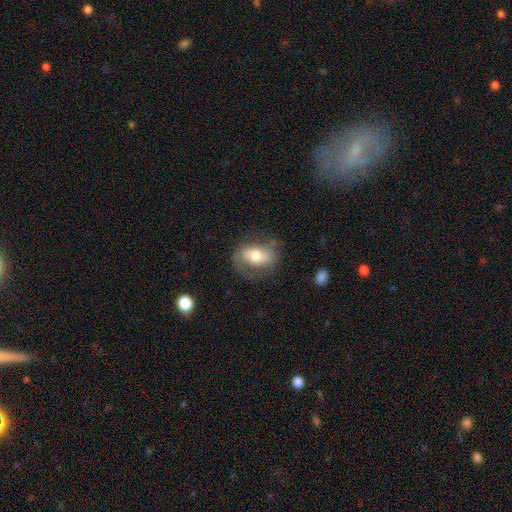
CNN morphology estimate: smooth-or-featured: smooth: 50% | featured or disk: 43% | star or artifact: 7%
  merging: none: 62% | minor disturbance: 22% | major disturbance: 14% | merger: 2%